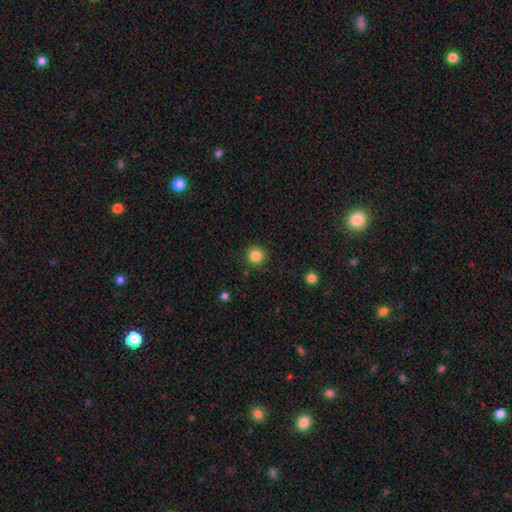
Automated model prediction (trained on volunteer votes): smooth-or-featured: smooth: 85% | star or artifact: 11% | featured or disk: 4%
  how-rounded: round: 95% | in between: 4% | cigar-shaped: 1%
  merging: none: 91% | minor disturbance: 6% | major disturbance: 2% | merger: 1%